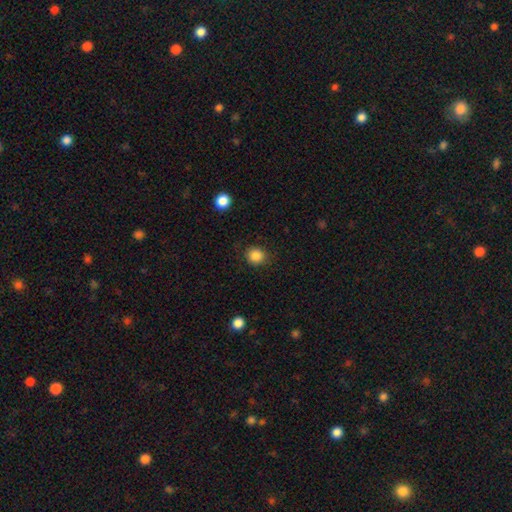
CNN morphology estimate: smooth_or_featured: smooth (p=0.86) [alt: star or artifact p=0.10]
how_rounded: round (p=0.84) [alt: in between p=0.15]
merging: none (p=0.85) [alt: minor disturbance p=0.11]